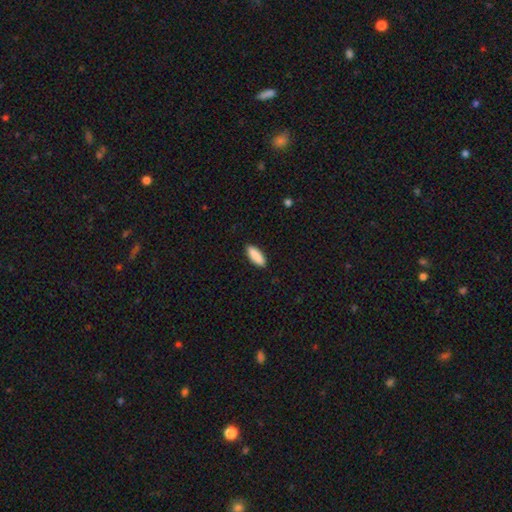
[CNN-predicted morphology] Q: Smooth or featured?
A: smooth (90%); runner-up: star or artifact (6%)
Q: How rounded?
A: in between (66%); runner-up: cigar-shaped (32%)
Q: Merging?
A: none (90%); runner-up: minor disturbance (7%)